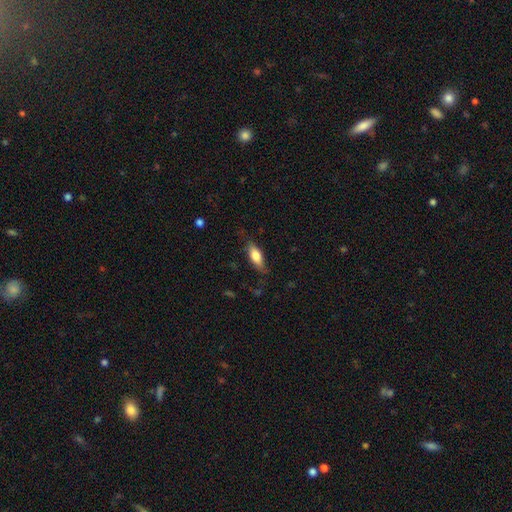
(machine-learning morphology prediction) Smooth or featured? smooth (73%)
How rounded? in between (72%)
Merging? none (71%)